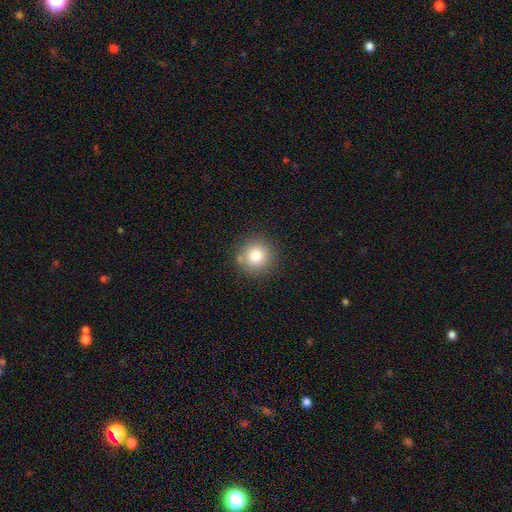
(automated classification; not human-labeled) smooth 80%, star or artifact 11%, featured or disk 9%. Down the decision tree: how rounded — round (93%); merging — none (82%).